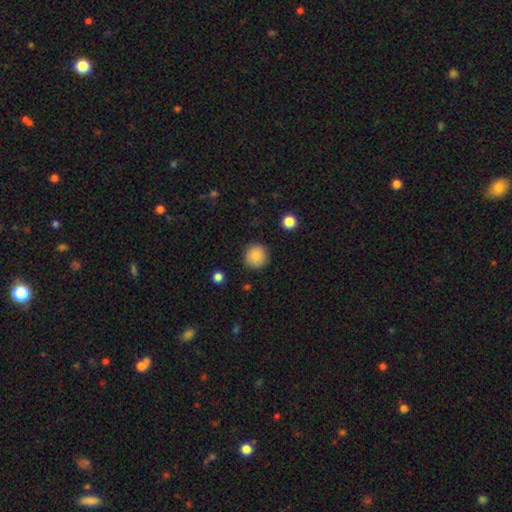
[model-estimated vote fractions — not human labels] smooth 85%, star or artifact 9%, featured or disk 6%. Down the decision tree: how rounded — round (93%); merging — none (88%).